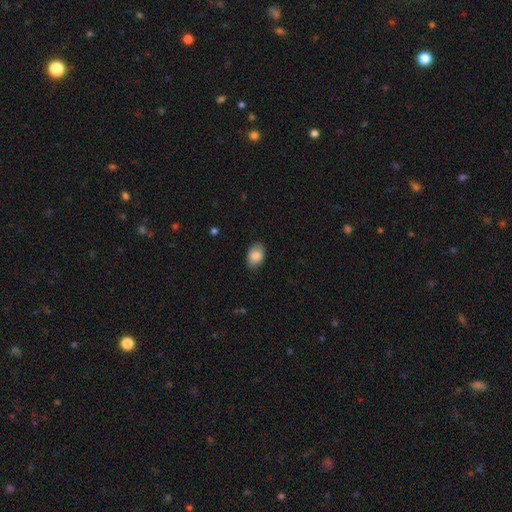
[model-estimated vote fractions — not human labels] Smooth or featured: smooth — 87% (star or artifact — 7%)
How rounded: in between — 85% (round — 14%)
Merging: none — 83% (minor disturbance — 13%)